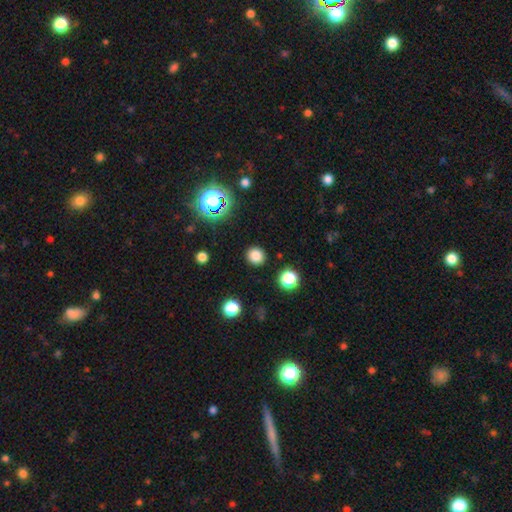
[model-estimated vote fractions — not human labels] smooth 81%, star or artifact 14%, featured or disk 4%. Down the decision tree: how rounded — round (86%); merging — none (90%).